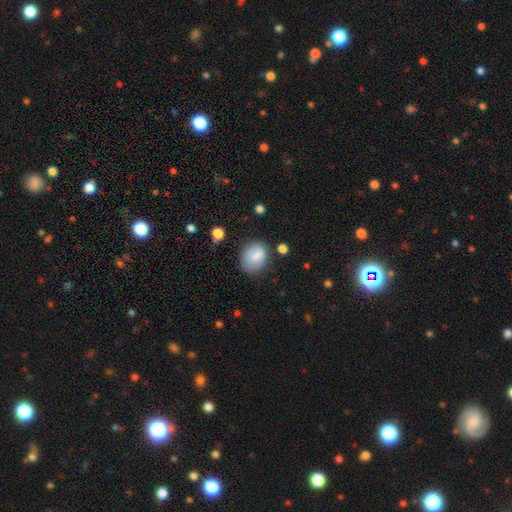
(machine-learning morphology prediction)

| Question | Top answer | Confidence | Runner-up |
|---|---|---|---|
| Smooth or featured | smooth | 78% | featured or disk (13%) |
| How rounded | in between | 53% | round (46%) |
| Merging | none | 64% | minor disturbance (23%) |